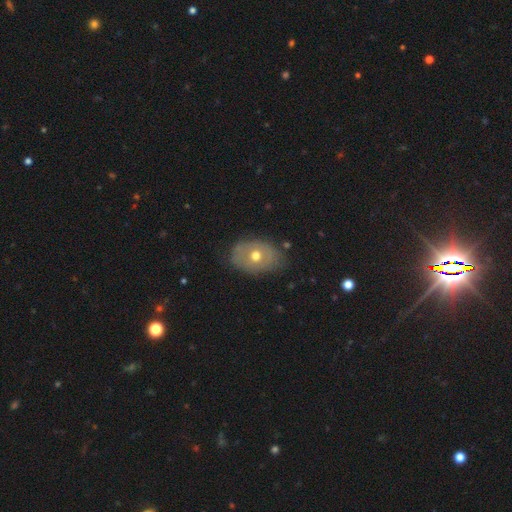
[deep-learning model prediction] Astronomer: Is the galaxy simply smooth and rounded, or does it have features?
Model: smooth — 51% (runner-up: featured or disk, 42%).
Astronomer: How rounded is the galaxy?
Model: in between — 71%.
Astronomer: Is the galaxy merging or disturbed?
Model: none — 71%.